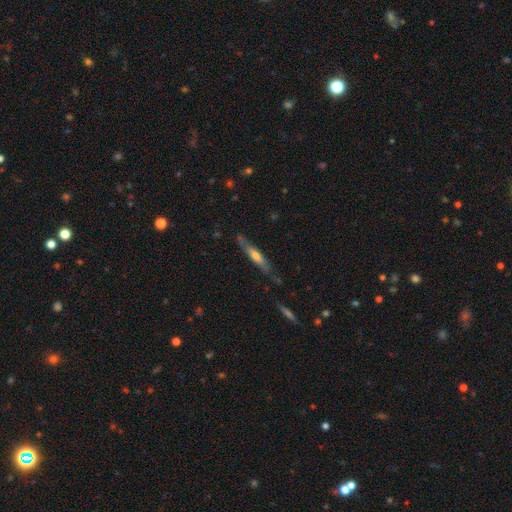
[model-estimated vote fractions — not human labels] Q: Smooth or featured?
A: featured or disk (49%); runner-up: smooth (45%)
Q: Merging?
A: none (73%); runner-up: minor disturbance (19%)